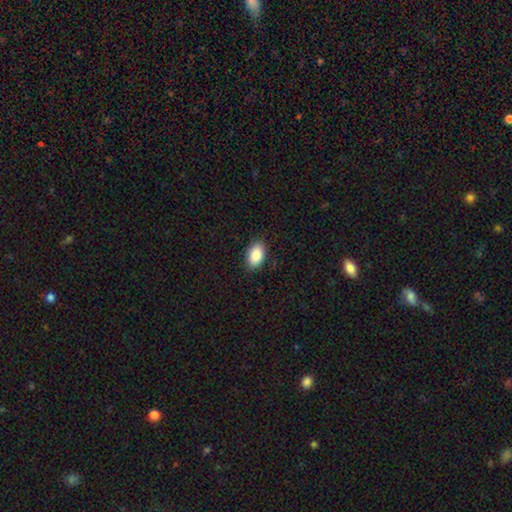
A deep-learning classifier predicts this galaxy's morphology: Smooth or featured?
  - smooth: 89% *
  - star or artifact: 7%
  - featured or disk: 4%
How rounded?
  - in between: 93% *
  - round: 5%
  - cigar-shaped: 2%
Merging?
  - none: 88% *
  - minor disturbance: 9%
  - major disturbance: 2%
  - merger: 1%